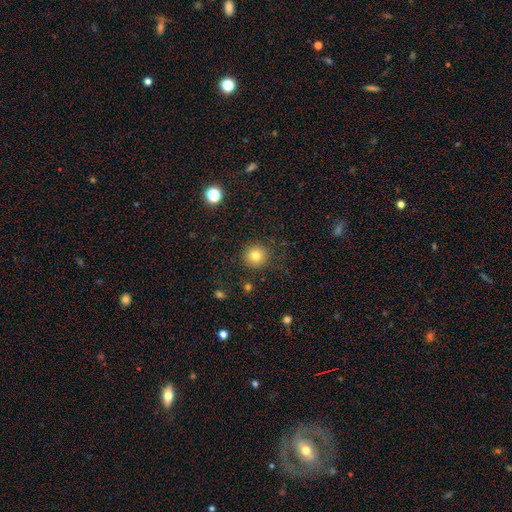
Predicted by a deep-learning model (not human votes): This appears to be a smooth galaxy with no disk features (80%) that is round (93%). Merging: none (88%).